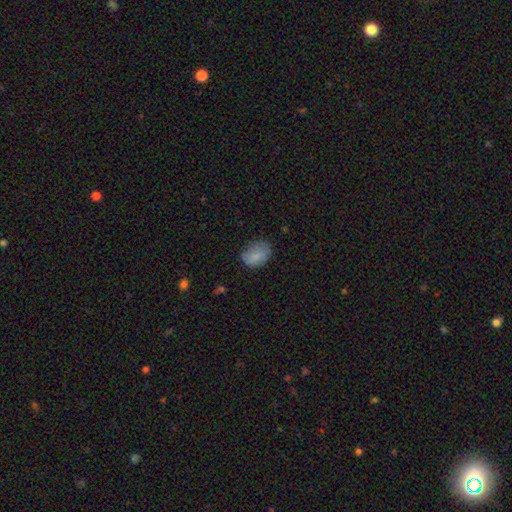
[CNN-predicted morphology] type=smooth (82%); roundness=in between (76%); merging=none (63%).